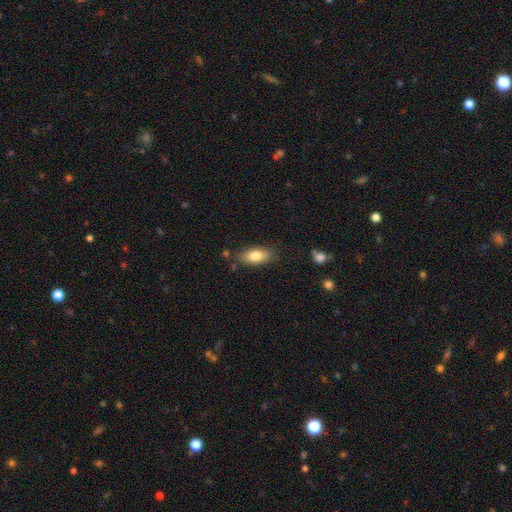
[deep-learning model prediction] Smooth or featured: smooth — 79% (featured or disk — 14%)
How rounded: in between — 84% (cigar-shaped — 13%)
Merging: none — 80% (minor disturbance — 14%)